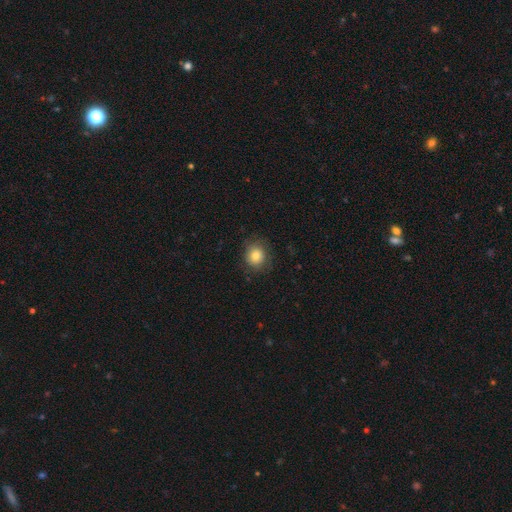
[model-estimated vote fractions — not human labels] Morphology: type=smooth (80%); roundness=round (78%); merging=none (81%).